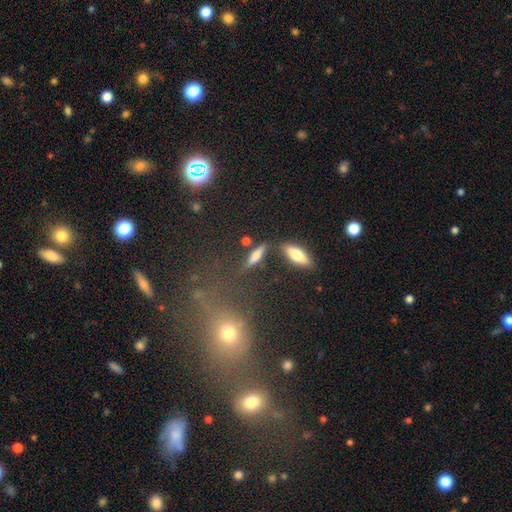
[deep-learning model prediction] Smooth or featured?
  - smooth: 63% *
  - featured or disk: 25%
  - star or artifact: 12%
How rounded?
  - cigar-shaped: 65% *
  - in between: 29%
  - round: 6%
Merging?
  - none: 74% *
  - minor disturbance: 13%
  - merger: 9%
  - major disturbance: 5%